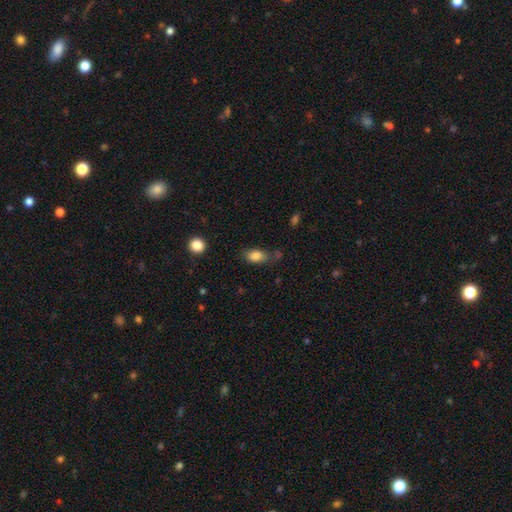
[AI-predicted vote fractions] smooth-or-featured: smooth: 83% | featured or disk: 8% | star or artifact: 8%
  how-rounded: in between: 87% | round: 9% | cigar-shaped: 4%
  merging: none: 59% | minor disturbance: 24% | merger: 8% | major disturbance: 8%